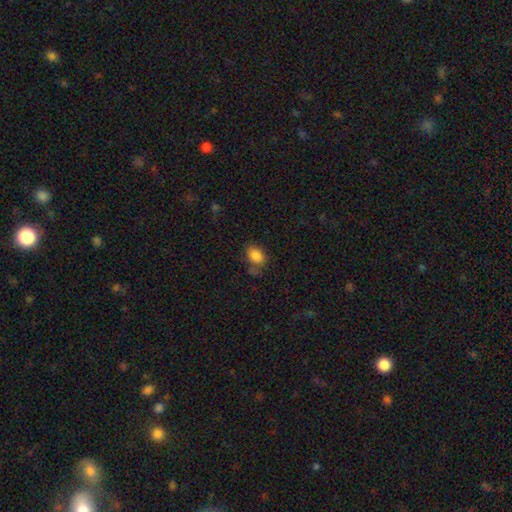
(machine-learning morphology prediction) smooth_or_featured: smooth (p=0.85) [alt: star or artifact p=0.09]
how_rounded: in between (p=0.79) [alt: round p=0.20]
merging: none (p=0.65) [alt: minor disturbance p=0.20]